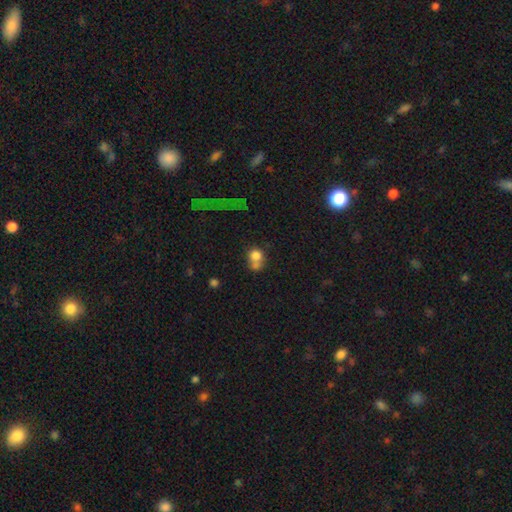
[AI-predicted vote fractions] This appears to be a smooth galaxy with no disk features (73%) that is round (69%). Merging: merger (49%).